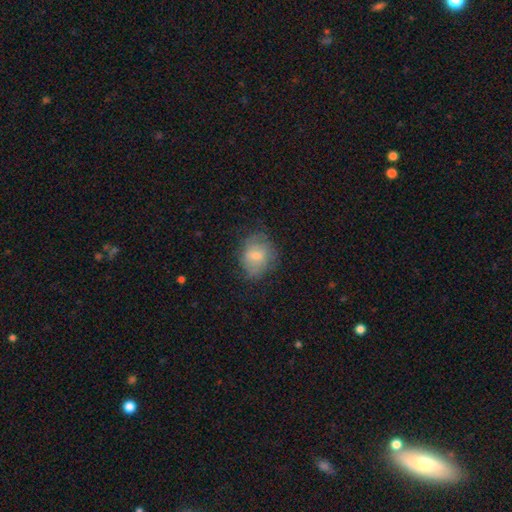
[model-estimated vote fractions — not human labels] smooth 61%, featured or disk 30%, star or artifact 8%. Down the decision tree: how rounded — round (56%); merging — none (62%).